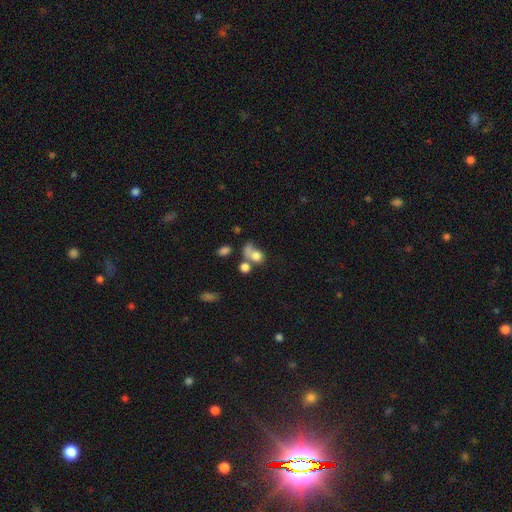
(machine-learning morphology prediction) type=smooth (72%); roundness=round (58%); merging=merger (46%).